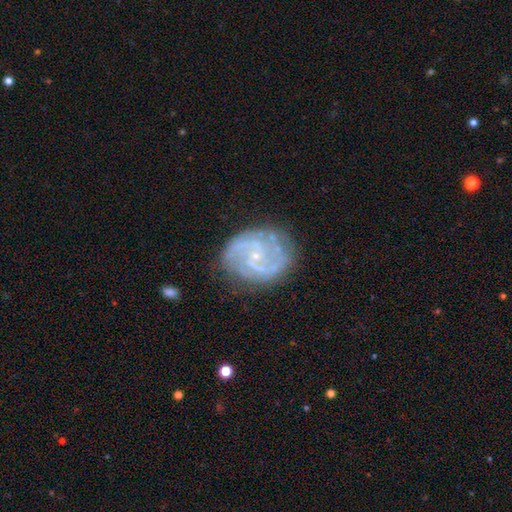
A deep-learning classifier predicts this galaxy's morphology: Smooth or featured? Predicted: featured or disk (p=0.88). Edge-on disk? Predicted: no (p=0.98). Bar? Predicted: no (p=0.54). Spiral arms? Predicted: yes (p=0.96). Spiral winding? Predicted: medium (p=0.48). Spiral arm count? Predicted: 2 (p=0.63). Bulge size? Predicted: small (p=0.83). Merging? Predicted: none (p=0.76).